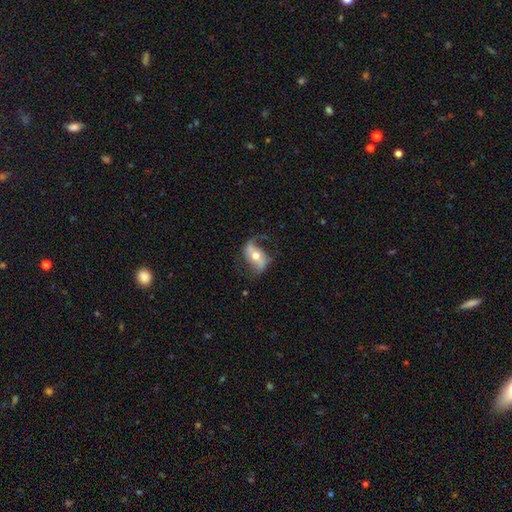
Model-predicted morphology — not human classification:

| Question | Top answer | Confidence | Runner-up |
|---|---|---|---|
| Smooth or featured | featured or disk | 64% | smooth (30%) |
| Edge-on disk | no | 92% | yes (8%) |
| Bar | no | 46% | weak (28%) |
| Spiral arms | yes | 79% | no (21%) |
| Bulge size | moderate | 74% | small (13%) |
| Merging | none | 60% | minor disturbance (24%) |